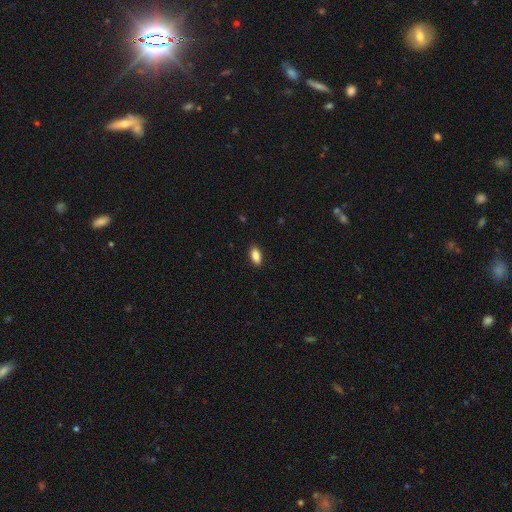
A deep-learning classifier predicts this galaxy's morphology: A smooth galaxy with no disk features (88%) that is in between round and cigar-shaped (91%). Merging: none (89%).